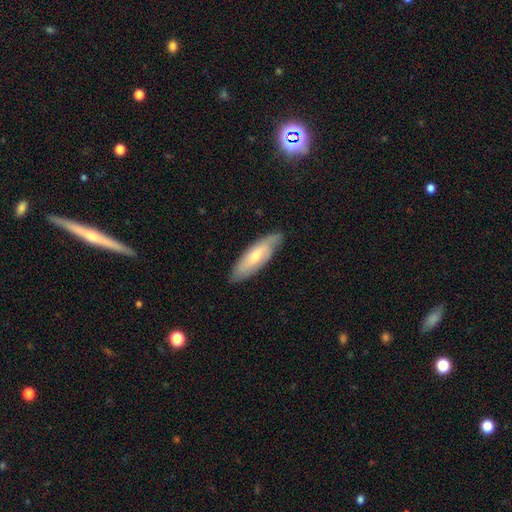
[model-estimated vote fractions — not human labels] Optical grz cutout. It shows a smooth galaxy with no disk features (48%). Merging: none (80%).